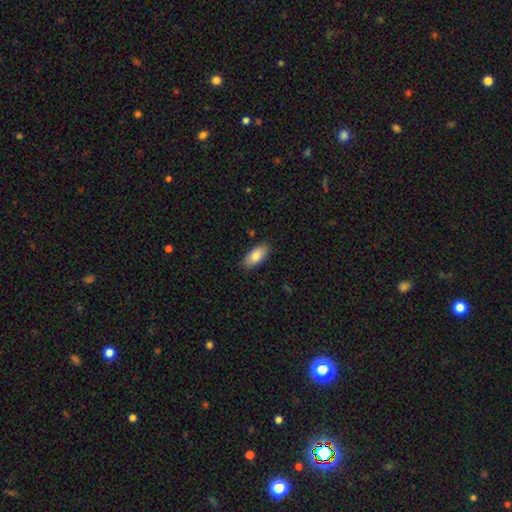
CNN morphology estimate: Smooth or featured? smooth (82%)
How rounded? in between (90%)
Merging? none (87%)